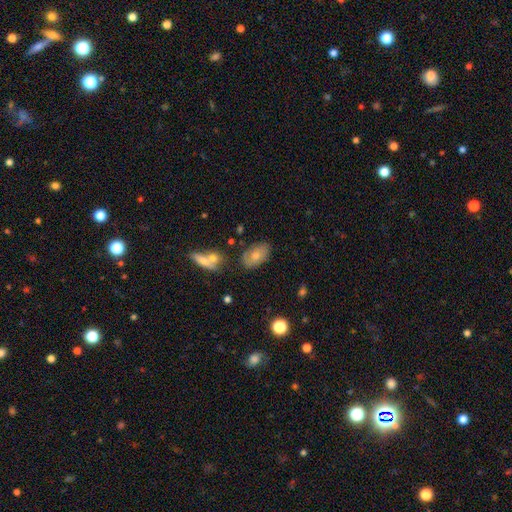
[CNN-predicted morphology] Smooth or featured: smooth — 66% (featured or disk — 26%)
How rounded: in between — 90% (round — 8%)
Merging: none — 67% (minor disturbance — 20%)